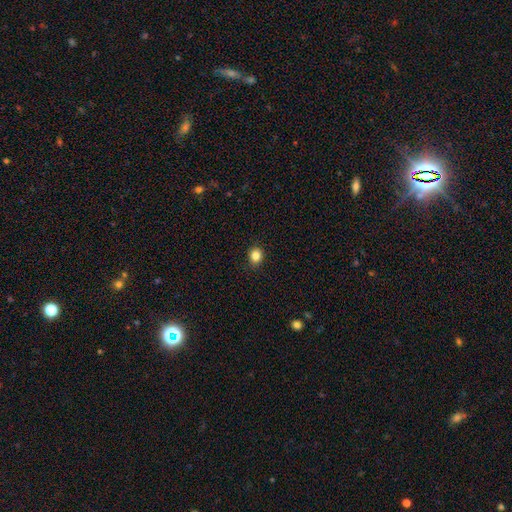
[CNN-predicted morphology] A smooth galaxy with no disk features (84%) that is round (75%).

Vote fractions:
- Smooth or featured? smooth: 84% / star or artifact: 11% / featured or disk: 4%
- How rounded? round: 75% / in between: 24% / cigar-shaped: 1%
- Merging? none: 91% / minor disturbance: 6% / major disturbance: 2% / merger: 1%